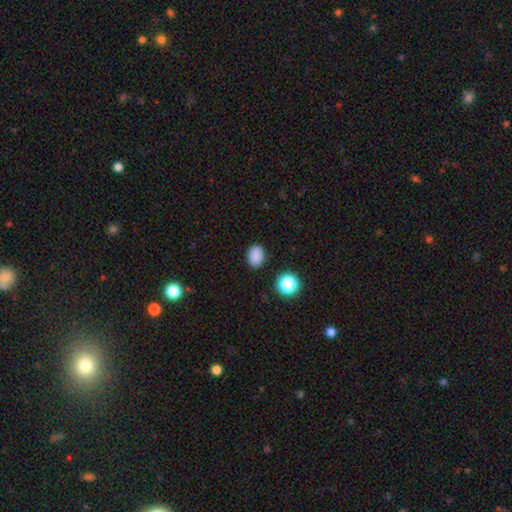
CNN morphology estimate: Smooth or featured? Predicted: smooth (p=0.85). How rounded? Predicted: in between (p=0.69). Merging? Predicted: none (p=0.86).